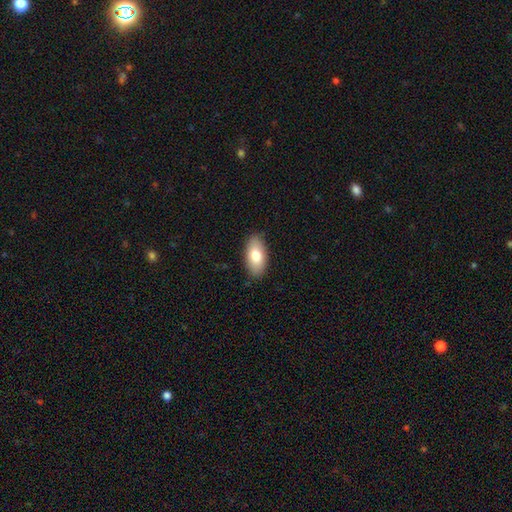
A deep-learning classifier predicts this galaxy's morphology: Q: Smooth or featured?
A: smooth (79%); runner-up: featured or disk (15%)
Q: How rounded?
A: in between (92%); runner-up: cigar-shaped (5%)
Q: Merging?
A: none (87%); runner-up: minor disturbance (10%)